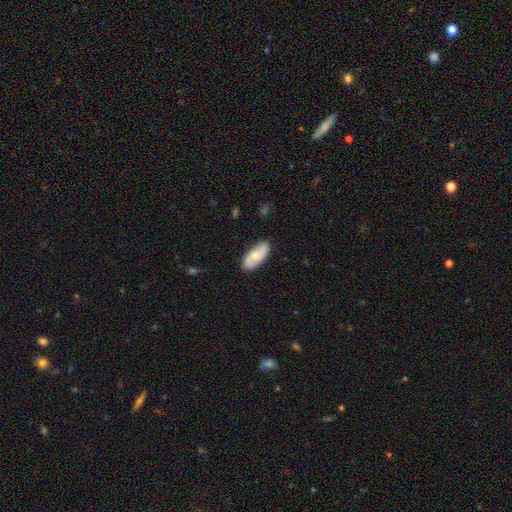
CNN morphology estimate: Smooth or featured? smooth (48%)
Merging? none (85%)